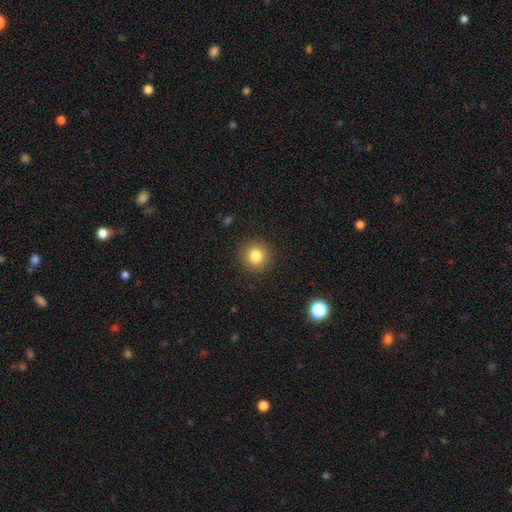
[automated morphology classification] smooth_or_featured: smooth (p=0.82) [alt: star or artifact p=0.11]
how_rounded: round (p=0.93) [alt: in between p=0.06]
merging: none (p=0.91) [alt: minor disturbance p=0.06]